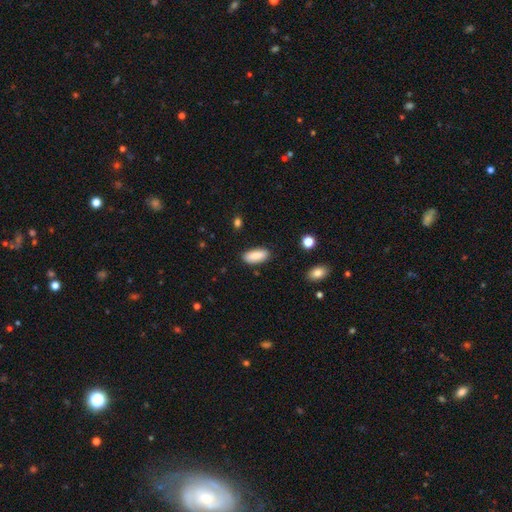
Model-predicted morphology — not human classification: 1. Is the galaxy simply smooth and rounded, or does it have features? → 87% smooth, 6% star or artifact, 6% featured or disk.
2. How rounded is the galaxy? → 85% in between, 14% cigar-shaped, 2% round.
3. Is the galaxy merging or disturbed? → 86% none, 10% minor disturbance, 2% major disturbance, 2% merger.